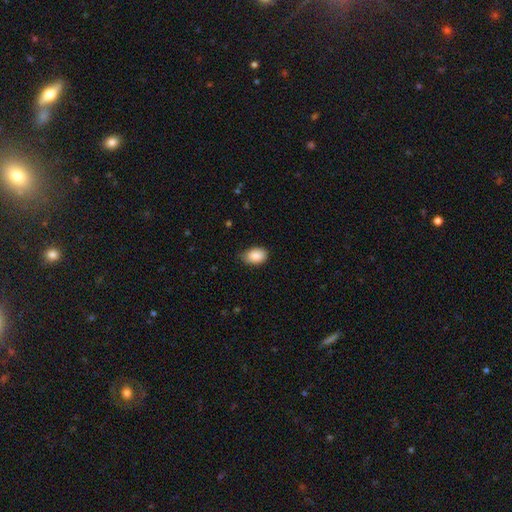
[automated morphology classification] Smooth or featured? smooth (88%)
How rounded? in between (86%)
Merging? none (71%)